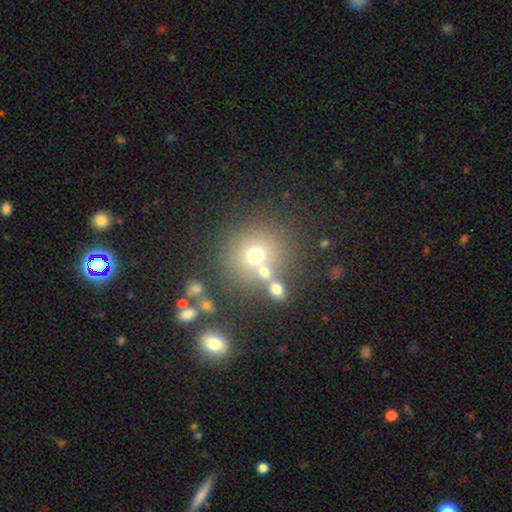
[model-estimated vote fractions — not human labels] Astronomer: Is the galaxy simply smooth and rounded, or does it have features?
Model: smooth — 66%.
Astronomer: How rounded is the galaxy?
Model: round — 84%.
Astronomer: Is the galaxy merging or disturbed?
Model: none — 56%.